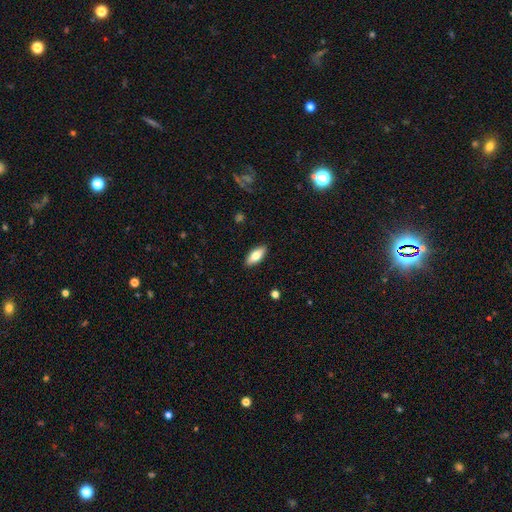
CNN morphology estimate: Smooth or featured? Predicted: smooth (p=0.76). How rounded? Predicted: in between (p=0.82). Merging? Predicted: none (p=0.90).